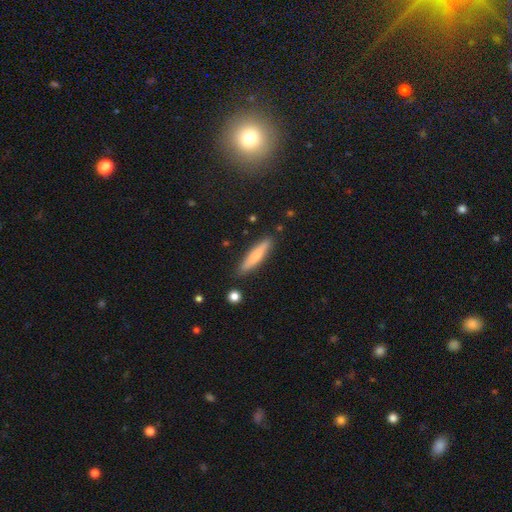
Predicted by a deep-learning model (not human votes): A smooth galaxy with no disk features (67%) that is cigar-shaped (86%).

Vote fractions:
- Smooth or featured? smooth: 67% / featured or disk: 27% / star or artifact: 6%
- How rounded? cigar-shaped: 86% / in between: 13% / round: 1%
- Merging? none: 86% / minor disturbance: 9% / merger: 2% / major disturbance: 2%